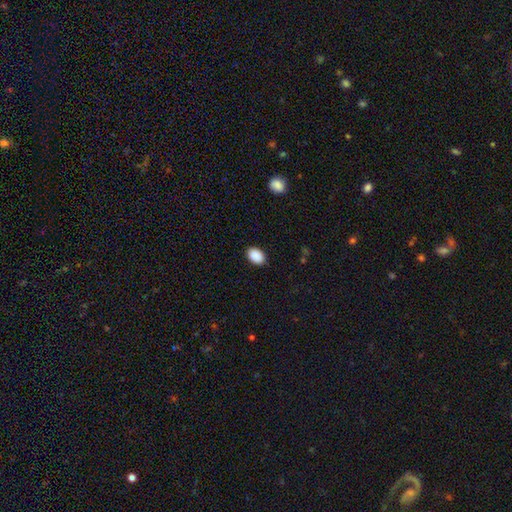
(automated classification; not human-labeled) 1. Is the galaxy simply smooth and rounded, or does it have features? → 90% smooth, 7% star or artifact, 2% featured or disk.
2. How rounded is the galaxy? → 82% in between, 17% round, 1% cigar-shaped.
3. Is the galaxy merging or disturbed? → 88% none, 9% minor disturbance, 2% major disturbance, 1% merger.